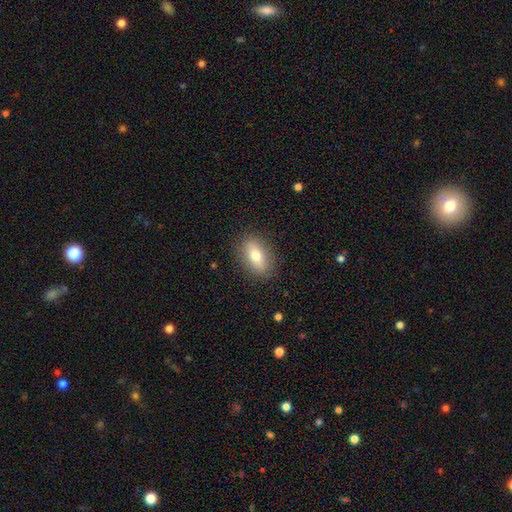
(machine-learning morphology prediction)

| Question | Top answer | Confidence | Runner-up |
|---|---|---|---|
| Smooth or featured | smooth | 69% | featured or disk (23%) |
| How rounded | in between | 82% | round (11%) |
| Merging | none | 86% | minor disturbance (10%) |